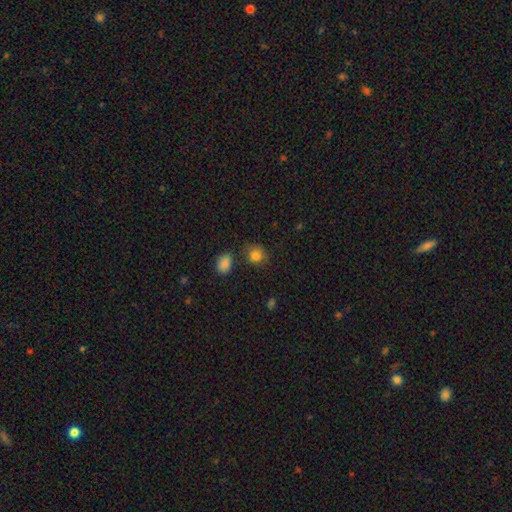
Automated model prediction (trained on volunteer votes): smooth 83%, star or artifact 10%, featured or disk 6%. Down the decision tree: how rounded — round (70%); merging — none (67%).